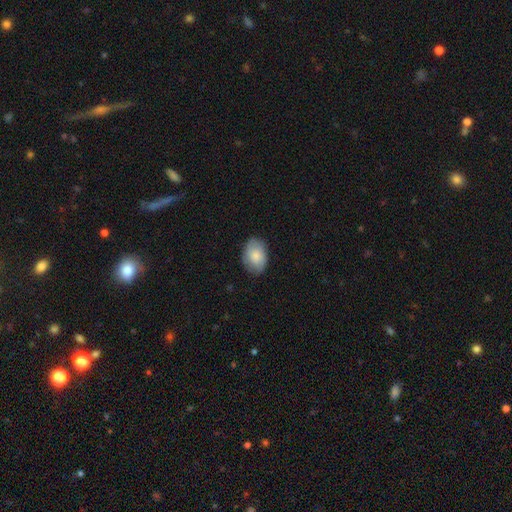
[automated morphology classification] The model was most divided on "how rounded": in between: 79%, round: 20%, cigar-shaped: 1%. More confident: merging — none (80%); smooth or featured — smooth (79%).